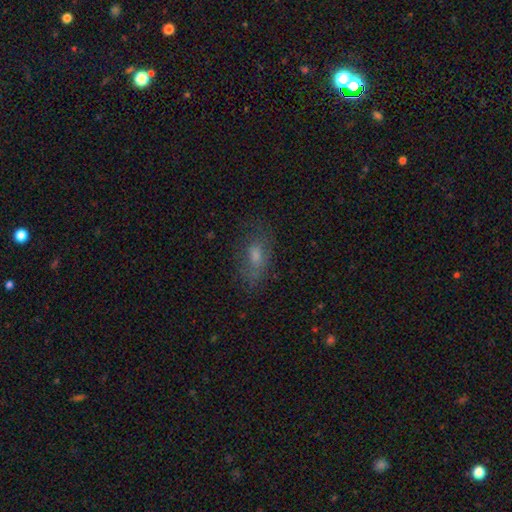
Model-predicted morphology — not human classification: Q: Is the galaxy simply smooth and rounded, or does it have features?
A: smooth — 57%.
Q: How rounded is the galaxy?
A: in between — 79%.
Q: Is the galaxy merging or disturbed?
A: none — 68%.